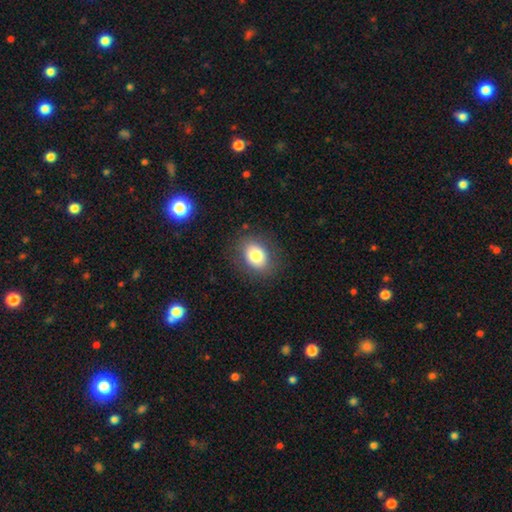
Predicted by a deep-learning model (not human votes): The model was most divided on "how rounded": in between: 65%, round: 34%, cigar-shaped: 1%. More confident: merging — none (83%); smooth or featured — smooth (79%).